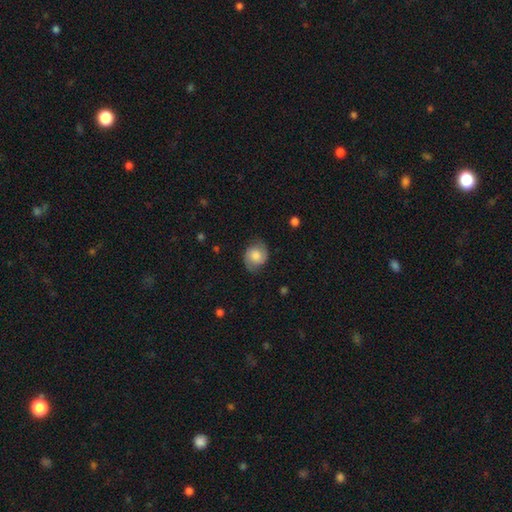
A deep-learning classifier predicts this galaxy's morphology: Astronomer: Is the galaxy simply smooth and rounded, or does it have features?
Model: smooth — 51% (runner-up: featured or disk, 41%).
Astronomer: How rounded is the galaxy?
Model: round — 65%.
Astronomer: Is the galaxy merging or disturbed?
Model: none — 73%.